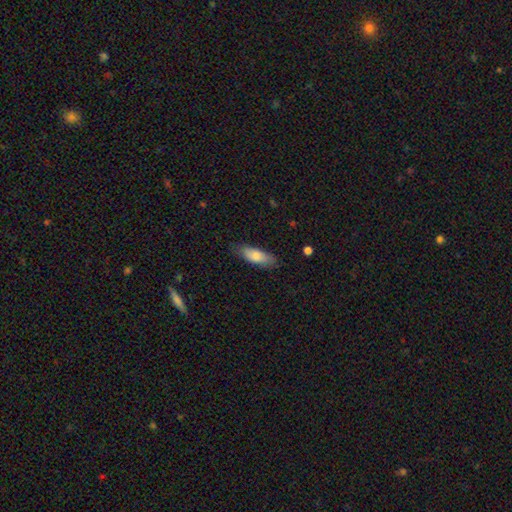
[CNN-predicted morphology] type=smooth (80%); roundness=in between (68%); merging=none (79%).